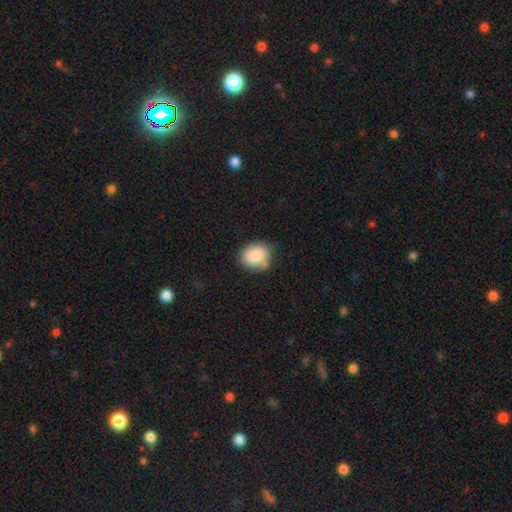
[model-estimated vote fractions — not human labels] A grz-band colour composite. It shows a smooth galaxy with no disk features (85%) that is round (54%). Merging: none (67%).